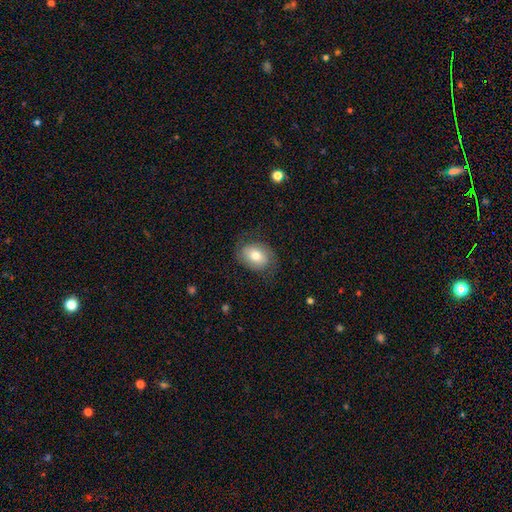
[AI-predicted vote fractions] A smooth galaxy with no disk features (56%) that is in between round and cigar-shaped (71%).

Vote fractions:
- Smooth or featured? smooth: 56% / featured or disk: 36% / star or artifact: 8%
- How rounded? in between: 71% / round: 28% / cigar-shaped: 1%
- Merging? none: 72% / minor disturbance: 17% / major disturbance: 9% / merger: 1%